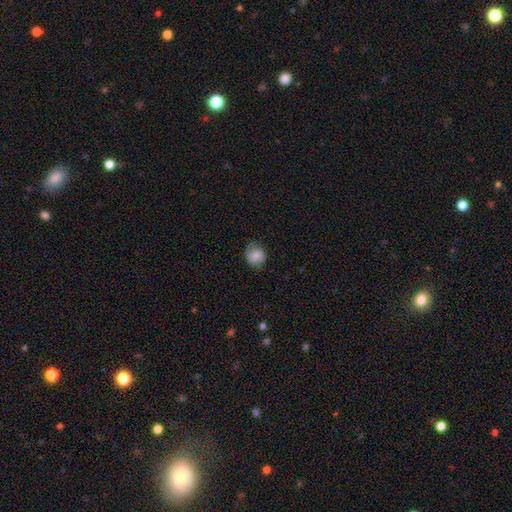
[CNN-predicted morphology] Smooth or featured: smooth — 71% (featured or disk — 21%)
How rounded: round — 71% (in between — 28%)
Merging: none — 70% (minor disturbance — 23%)